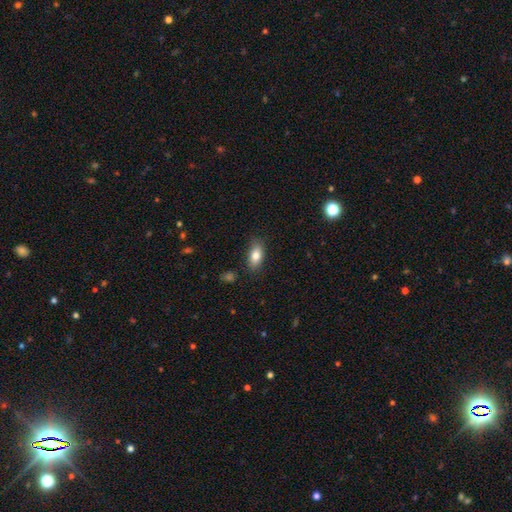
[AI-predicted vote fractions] The model was most divided on "smooth or featured": smooth: 80%, featured or disk: 12%, star or artifact: 8%. More confident: how rounded — in between (87%); merging — none (82%).